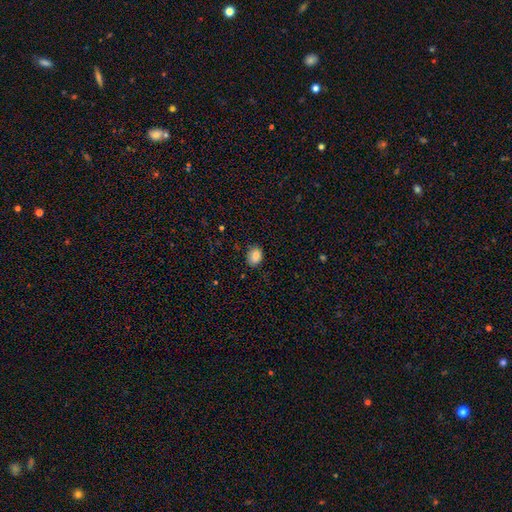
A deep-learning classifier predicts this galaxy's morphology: Smooth or featured? Predicted: smooth (p=0.82). How rounded? Predicted: in between (p=0.59). Merging? Predicted: none (p=0.81).